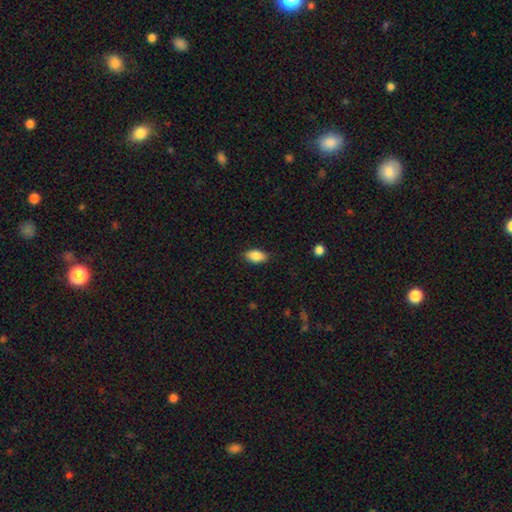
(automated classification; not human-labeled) smooth_or_featured: smooth (p=0.86) [alt: star or artifact p=0.07]
how_rounded: in between (p=0.91) [alt: cigar-shaped p=0.05]
merging: none (p=0.85) [alt: minor disturbance p=0.11]